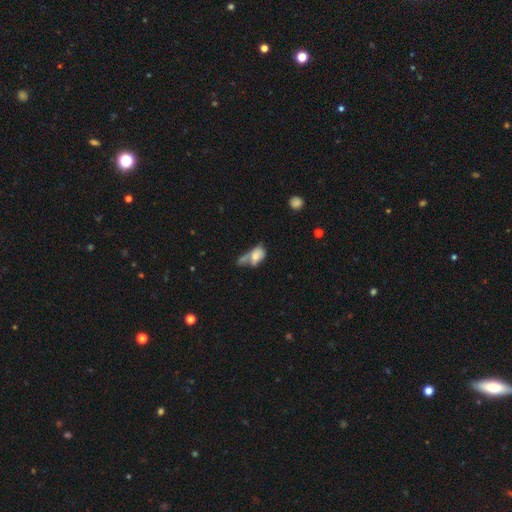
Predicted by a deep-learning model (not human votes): smooth 67%, featured or disk 24%, star or artifact 9%. Down the decision tree: how rounded — in between (86%); merging — merger (40%).